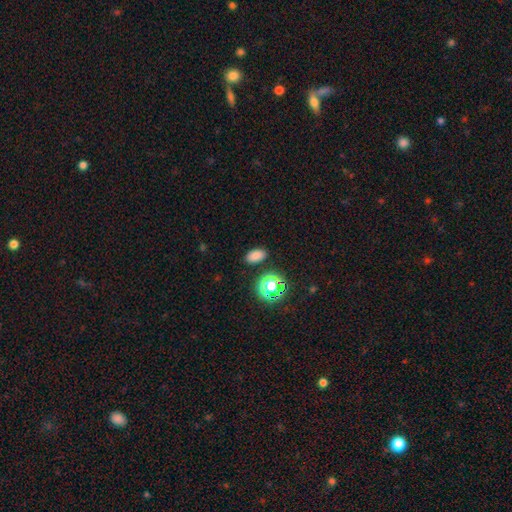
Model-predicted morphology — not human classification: Smooth or featured?
  - smooth: 77% *
  - star or artifact: 18%
  - featured or disk: 5%
How rounded?
  - in between: 87% *
  - round: 11%
  - cigar-shaped: 2%
Merging?
  - none: 87% *
  - minor disturbance: 8%
  - major disturbance: 2%
  - merger: 2%